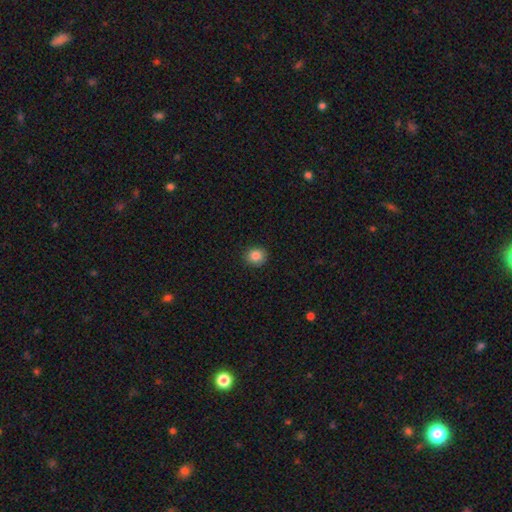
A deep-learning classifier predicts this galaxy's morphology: Smooth or featured?
  - smooth: 85% *
  - star or artifact: 10%
  - featured or disk: 5%
How rounded?
  - round: 83% *
  - in between: 16%
  - cigar-shaped: 1%
Merging?
  - none: 90% *
  - minor disturbance: 7%
  - major disturbance: 2%
  - merger: 1%